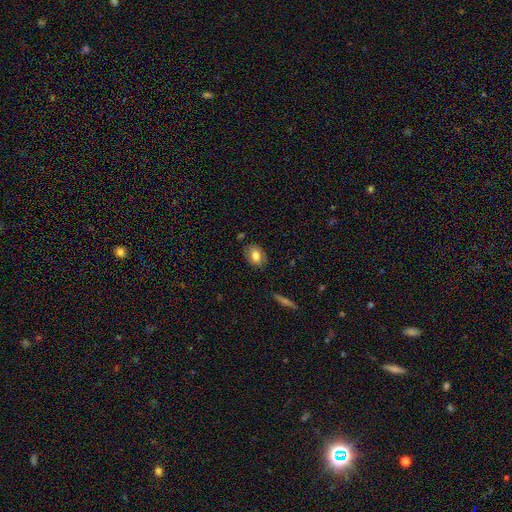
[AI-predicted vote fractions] smooth 76%, featured or disk 16%, star or artifact 8%. Down the decision tree: how rounded — in between (74%); merging — none (80%).